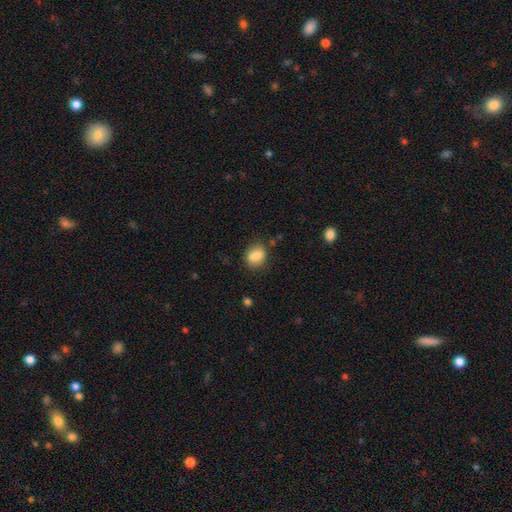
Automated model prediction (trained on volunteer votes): Smooth or featured? Predicted: smooth (p=0.86). How rounded? Predicted: in between (p=0.53). Merging? Predicted: none (p=0.79).